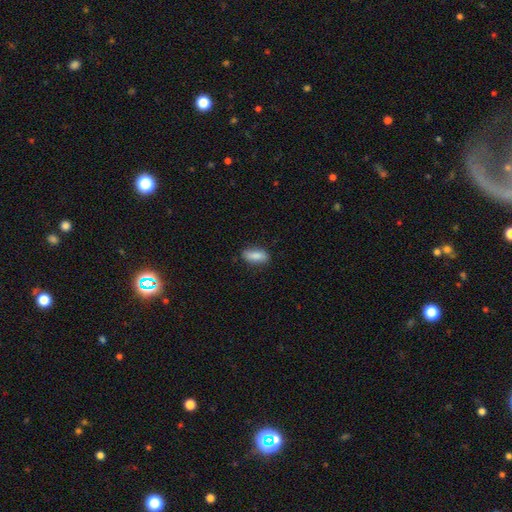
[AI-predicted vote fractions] Morphology: type=smooth (85%); roundness=in between (81%); merging=none (82%).